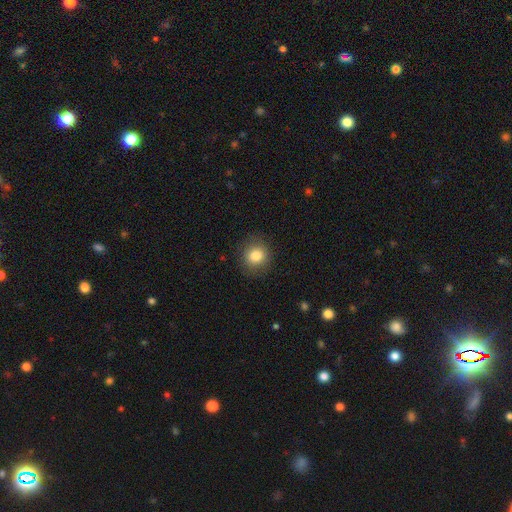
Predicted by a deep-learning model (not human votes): Q: Smooth or featured?
A: smooth (84%); runner-up: star or artifact (10%)
Q: How rounded?
A: round (82%); runner-up: in between (17%)
Q: Merging?
A: none (88%); runner-up: minor disturbance (9%)